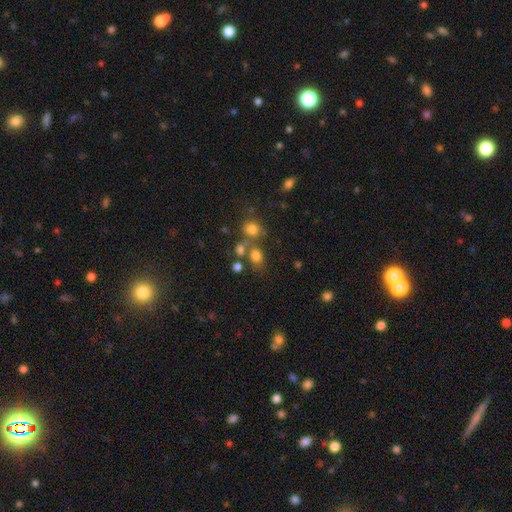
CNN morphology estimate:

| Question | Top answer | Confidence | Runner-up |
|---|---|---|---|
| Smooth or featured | smooth | 74% | star or artifact (16%) |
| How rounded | round | 55% | in between (44%) |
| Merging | none | 54% | merger (27%) |